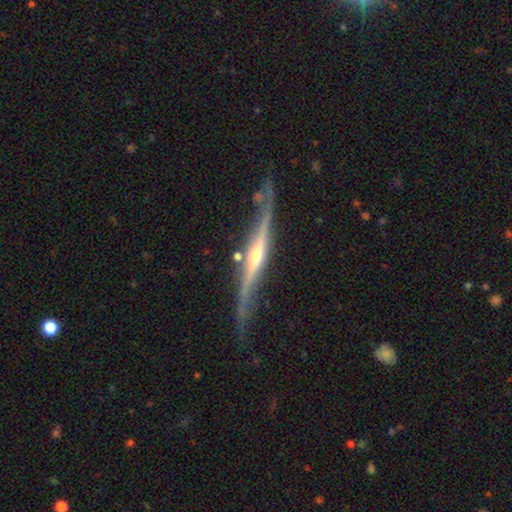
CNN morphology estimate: Smooth or featured? featured or disk (86%)
Edge-on disk? yes (94%)
Edge-on bulge? rounded (81%)
Merging? none (67%)